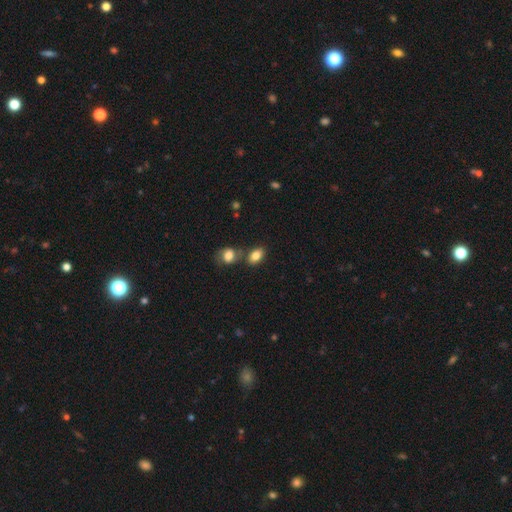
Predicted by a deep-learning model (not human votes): This is clearly a smooth galaxy (84%). How rounded: clearly in between (84%). Merging: possibly none (59%).